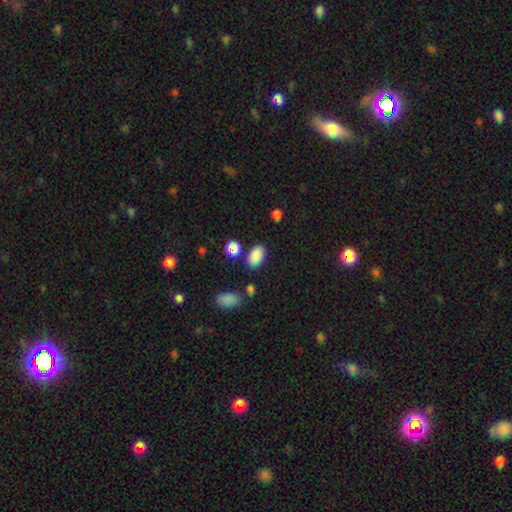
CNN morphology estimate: Overall: smooth (86%). How rounded: in between (91%). Merging: none (80%).